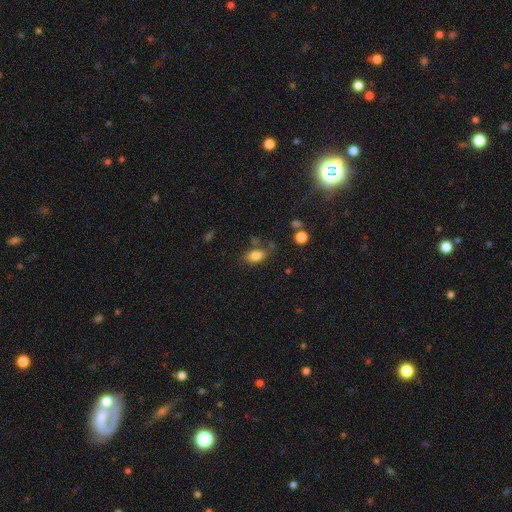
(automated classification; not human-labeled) Morphology: type=smooth (82%); roundness=in between (88%); merging=none (70%).